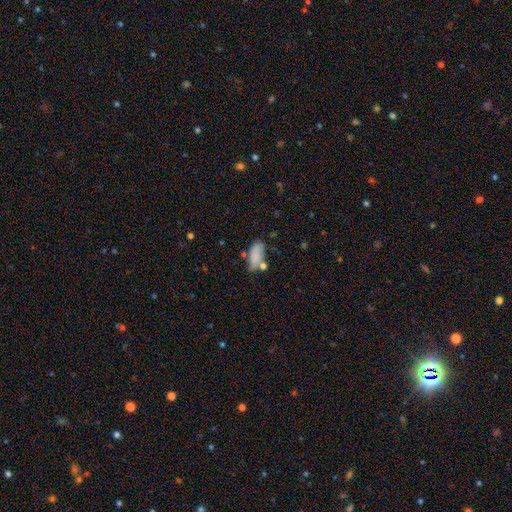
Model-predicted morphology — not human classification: The model was most divided on "merging": none: 53%, minor disturbance: 25%, merger: 14%, major disturbance: 9%. More confident: how rounded — in between (83%); smooth or featured — smooth (82%).